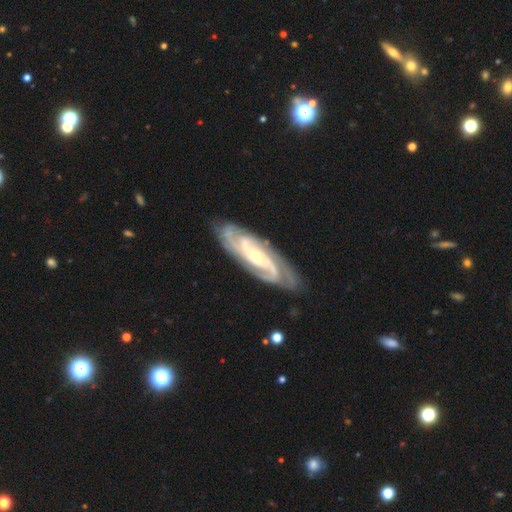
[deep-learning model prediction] smooth_or_featured: featured or disk (p=0.90) [alt: smooth p=0.05]
disk_edge_on: no (p=0.92) [alt: yes p=0.08]
bar: no (p=0.54) [alt: weak p=0.31]
has_spiral_arms: yes (p=0.98) [alt: no p=0.02]
spiral_winding: tight (p=0.58) [alt: medium p=0.36]
spiral_arm_count: 2 (p=0.35) [alt: 3 p=0.32]
bulge_size: small (p=0.64) [alt: moderate p=0.31]
merging: none (p=0.81) [alt: minor disturbance p=0.14]